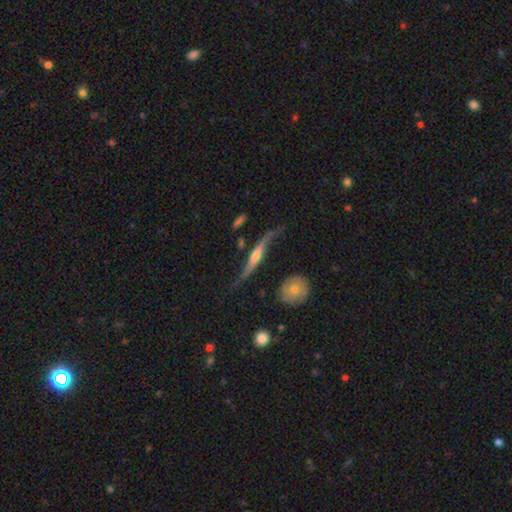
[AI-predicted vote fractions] A featured or disk galaxy (81%) viewed edge-on (66%) with a rounded central bulge (73%). Merging: none (59%).